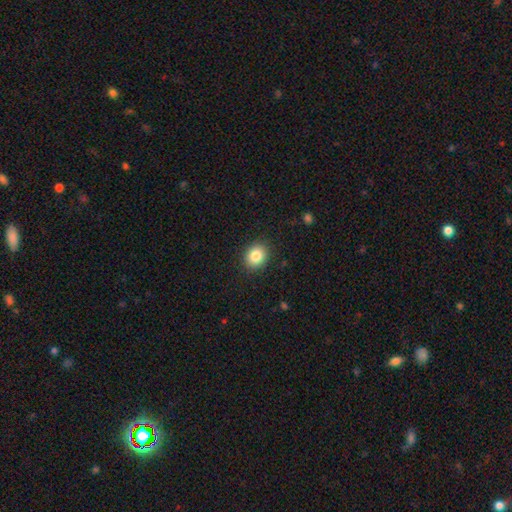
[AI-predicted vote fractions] The model was most divided on "how rounded": round: 66%, in between: 33%, cigar-shaped: 1%. More confident: merging — none (89%); smooth or featured — smooth (84%).